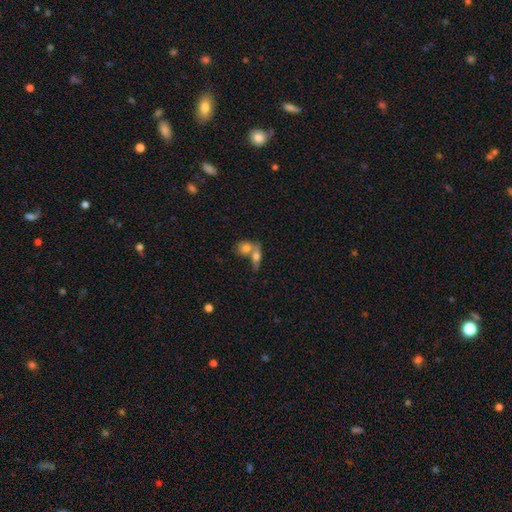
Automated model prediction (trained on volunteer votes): This appears to be a smooth galaxy with no disk features (62%) that is in between round and cigar-shaped (62%). Merging: merger (55%).